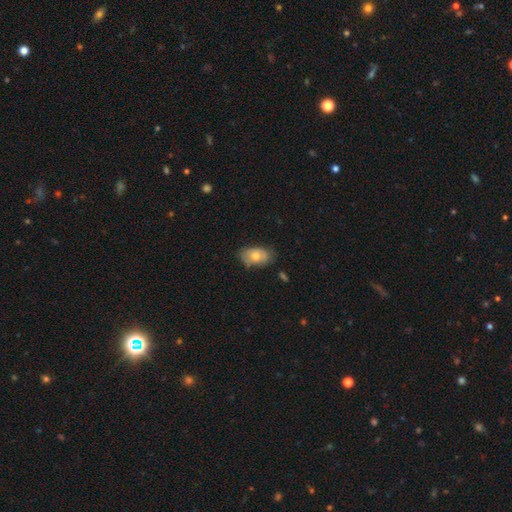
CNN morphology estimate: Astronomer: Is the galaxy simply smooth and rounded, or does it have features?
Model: smooth — 65%.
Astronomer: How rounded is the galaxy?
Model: in between — 90%.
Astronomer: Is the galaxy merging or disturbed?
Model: none — 72%.